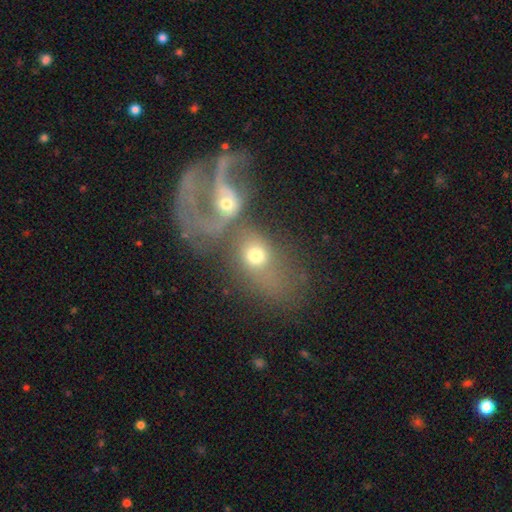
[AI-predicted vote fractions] The model was most divided on "smooth or featured": featured or disk: 48%, smooth: 41%, star or artifact: 12%. More confident: merging — merger (71%).